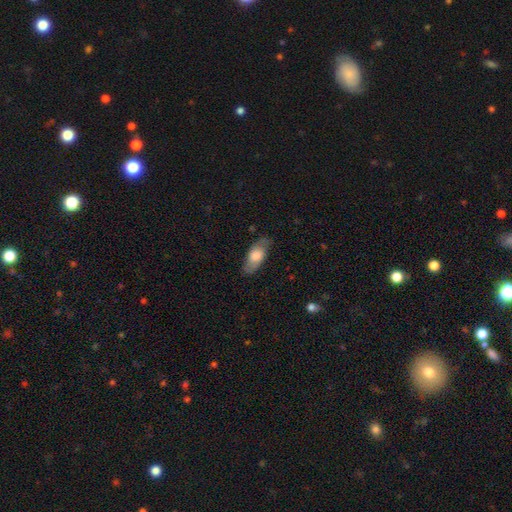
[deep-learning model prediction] Smooth or featured: smooth — 55% (featured or disk — 39%)
How rounded: in between — 83% (cigar-shaped — 13%)
Merging: none — 76% (minor disturbance — 17%)